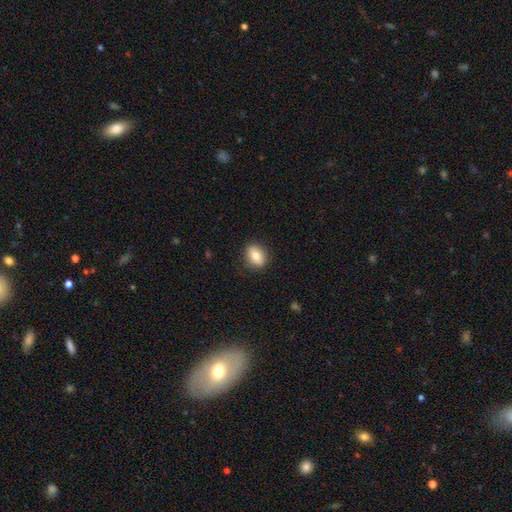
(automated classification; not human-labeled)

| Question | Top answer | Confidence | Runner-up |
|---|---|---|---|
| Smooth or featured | smooth | 80% | featured or disk (12%) |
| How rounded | in between | 62% | round (36%) |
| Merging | none | 86% | minor disturbance (10%) |